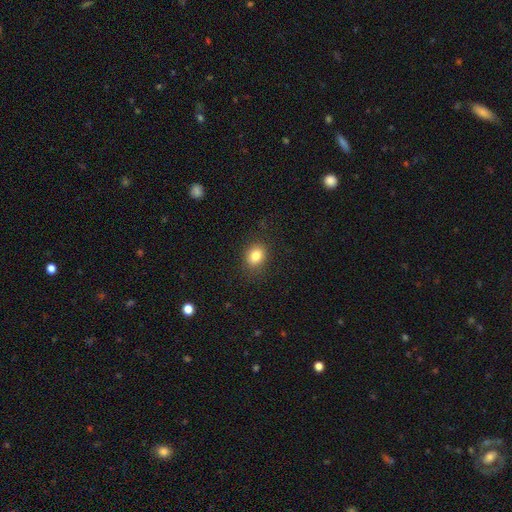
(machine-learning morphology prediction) smooth_or_featured: smooth (p=0.83) [alt: star or artifact p=0.11]
how_rounded: round (p=0.53) [alt: in between p=0.46]
merging: none (p=0.86) [alt: minor disturbance p=0.10]